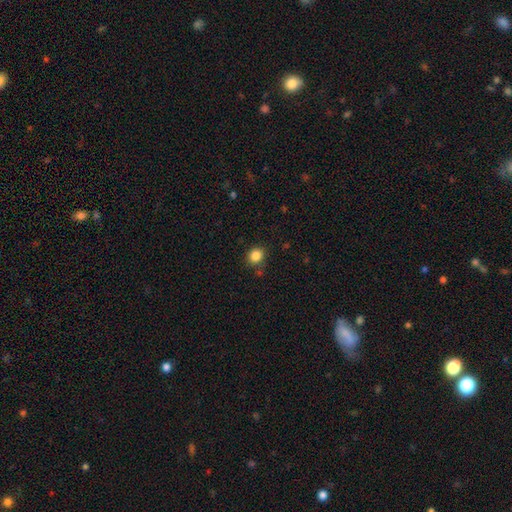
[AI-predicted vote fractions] smooth 85%, star or artifact 11%, featured or disk 4%. Down the decision tree: how rounded — round (75%); merging — none (82%).